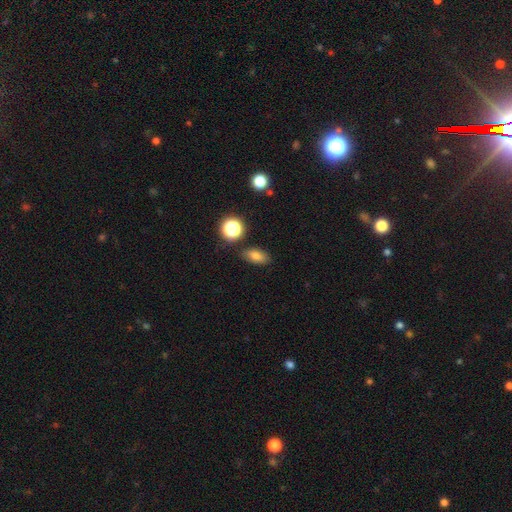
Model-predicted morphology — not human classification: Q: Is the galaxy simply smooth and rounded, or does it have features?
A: smooth — 79%.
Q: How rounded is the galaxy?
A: in between — 84%.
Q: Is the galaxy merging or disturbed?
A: none — 83%.